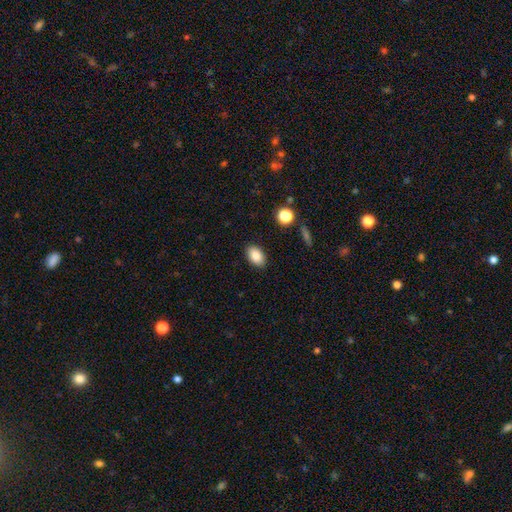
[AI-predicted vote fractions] smooth 86%, star or artifact 9%, featured or disk 5%. Down the decision tree: how rounded — in between (88%); merging — none (88%).